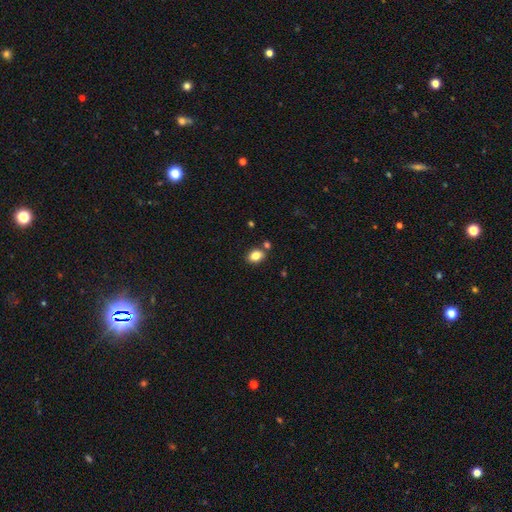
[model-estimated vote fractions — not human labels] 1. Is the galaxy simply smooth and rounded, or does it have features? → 82% smooth, 10% star or artifact, 8% featured or disk.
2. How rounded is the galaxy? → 74% in between, 25% round, 1% cigar-shaped.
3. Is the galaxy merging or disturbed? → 76% none, 11% minor disturbance, 10% merger, 3% major disturbance.